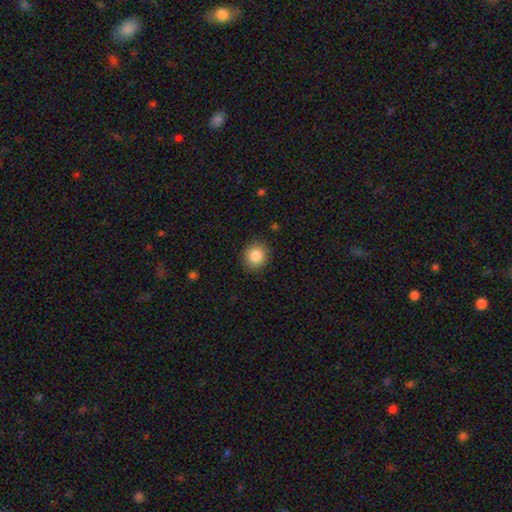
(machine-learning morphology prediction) Smooth or featured? smooth (85%)
How rounded? round (83%)
Merging? none (89%)